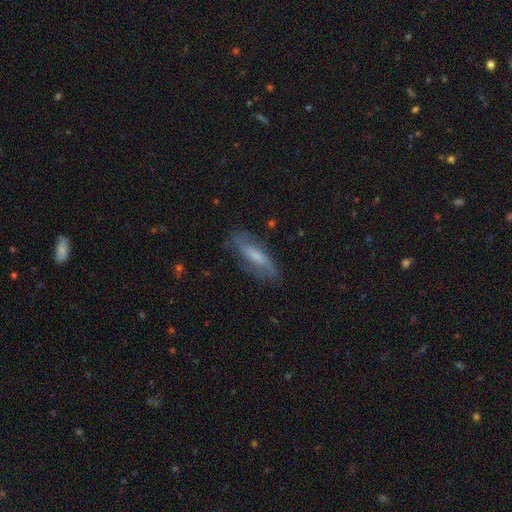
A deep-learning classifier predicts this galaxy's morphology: featured or disk 49%, smooth 44%, star or artifact 7%. Down the decision tree: merging — none (73%).